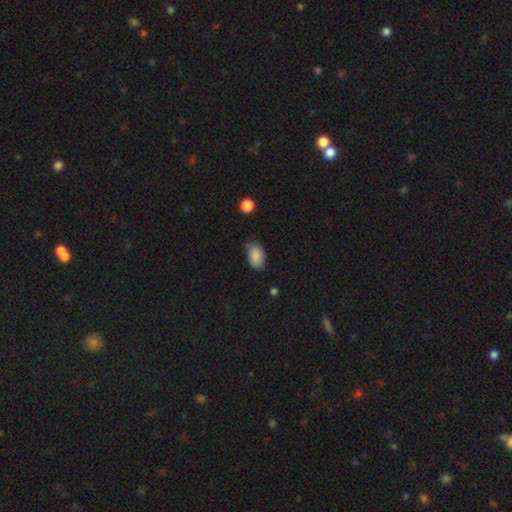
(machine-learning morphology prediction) Smooth or featured? Predicted: smooth (p=0.88). How rounded? Predicted: in between (p=0.90). Merging? Predicted: none (p=0.64).